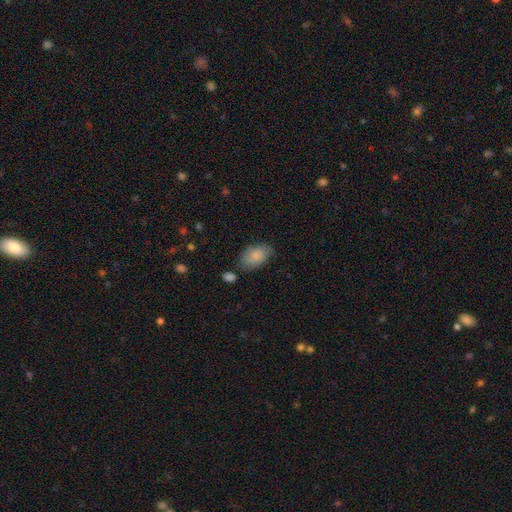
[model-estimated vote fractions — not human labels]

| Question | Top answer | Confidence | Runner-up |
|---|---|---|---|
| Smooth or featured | smooth | 80% | featured or disk (13%) |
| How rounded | in between | 90% | round (8%) |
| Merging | none | 61% | minor disturbance (26%) |